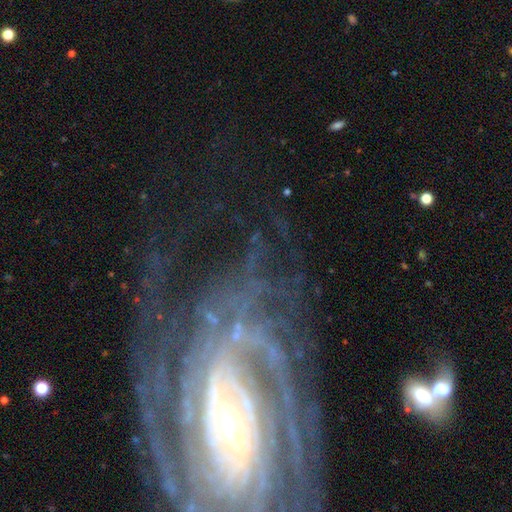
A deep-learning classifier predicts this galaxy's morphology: Smooth or featured? Predicted: featured or disk (p=0.85). Edge-on disk? Predicted: no (p=0.95). Bar? Predicted: no (p=0.36). Spiral arms? Predicted: yes (p=0.94). Spiral winding? Predicted: tight (p=0.65). Spiral arm count? Predicted: can't tell (p=0.32). Bulge size? Predicted: small (p=0.63). Merging? Predicted: none (p=0.63).